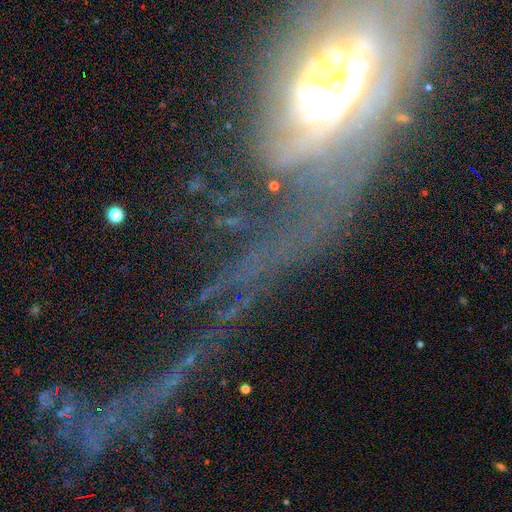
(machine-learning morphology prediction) Smooth or featured?
  - featured or disk: 66% *
  - star or artifact: 20%
  - smooth: 14%
Edge-on disk?
  - no: 68% *
  - yes: 32%
Merging?
  - major disturbance: 44% *
  - none: 36%
  - minor disturbance: 13%
  - merger: 7%